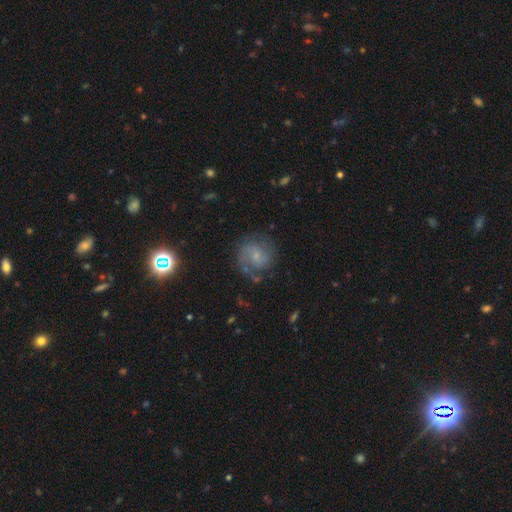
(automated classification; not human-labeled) Morphology: type=featured or disk (66%); edge-on=no (98%); bar=no (54%); spiral arms=yes (90%); winding=medium (47%); arm count=2 (63%); bulge=small (61%); merging=none (66%).